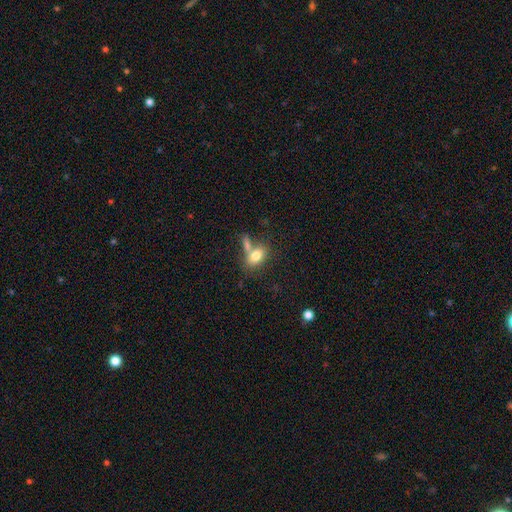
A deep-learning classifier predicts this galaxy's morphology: This appears to be a smooth galaxy with no disk features (78%) that is in between round and cigar-shaped (85%). Merging: none (46%).